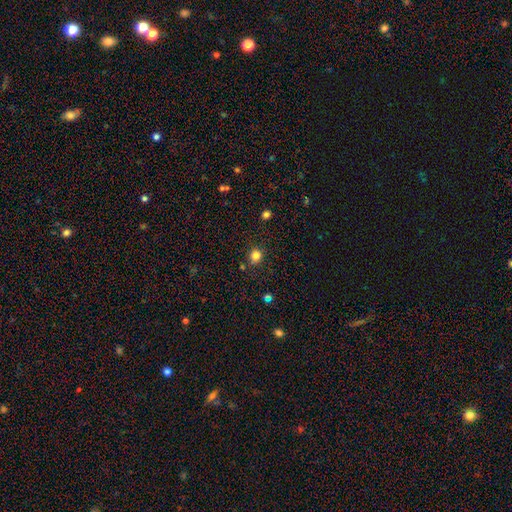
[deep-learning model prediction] Overall: smooth (82%). How rounded: round (83%). Merging: none (85%).